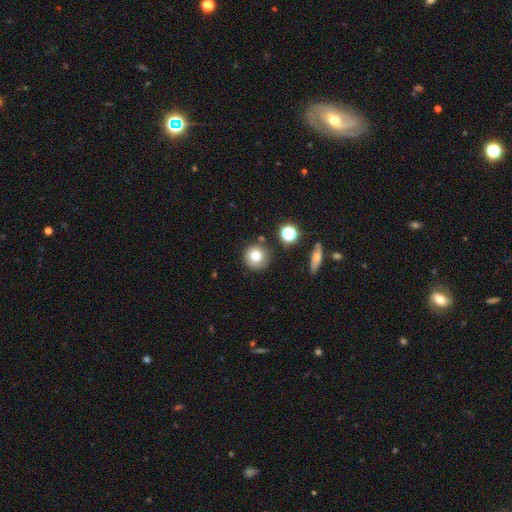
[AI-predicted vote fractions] The model was most divided on "smooth or featured": smooth: 77%, star or artifact: 12%, featured or disk: 11%. More confident: how rounded — round (93%); merging — none (82%).